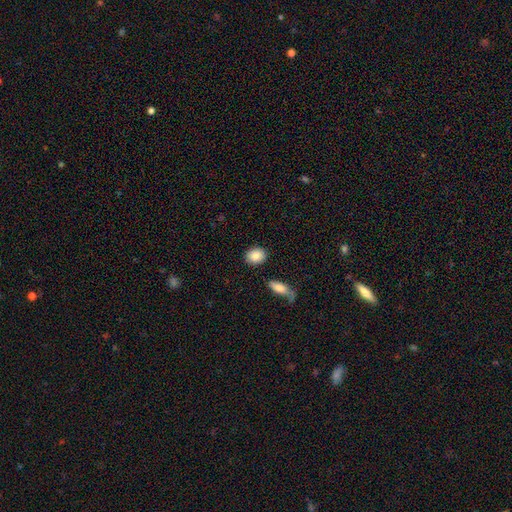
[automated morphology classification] smooth 88%, star or artifact 7%, featured or disk 5%. Down the decision tree: how rounded — round (49%, tied with in between); merging — none (85%).